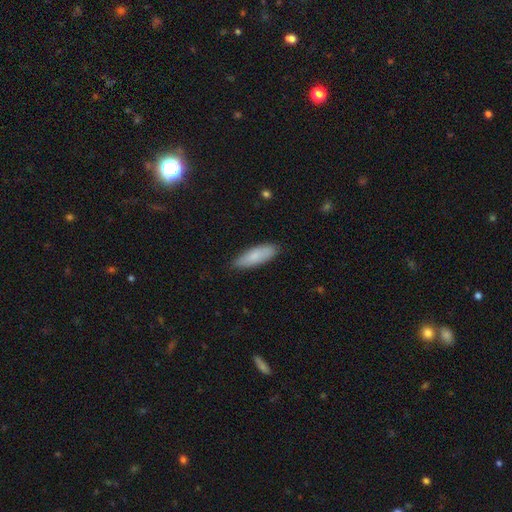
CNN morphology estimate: Q: Smooth or featured?
A: smooth (82%); runner-up: featured or disk (12%)
Q: How rounded?
A: in between (53%); runner-up: cigar-shaped (45%)
Q: Merging?
A: none (85%); runner-up: minor disturbance (12%)